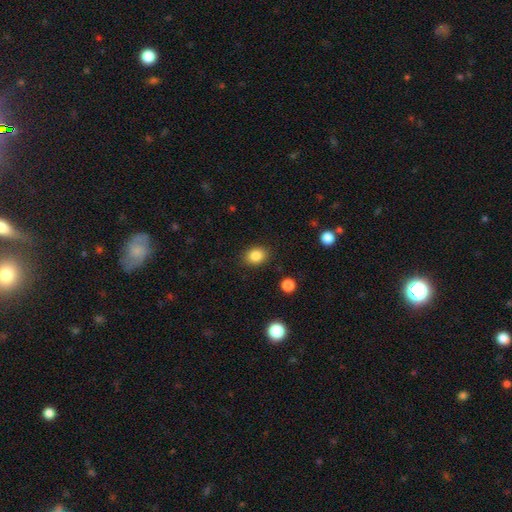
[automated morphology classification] type=smooth (86%); roundness=in between (52%); merging=none (87%).